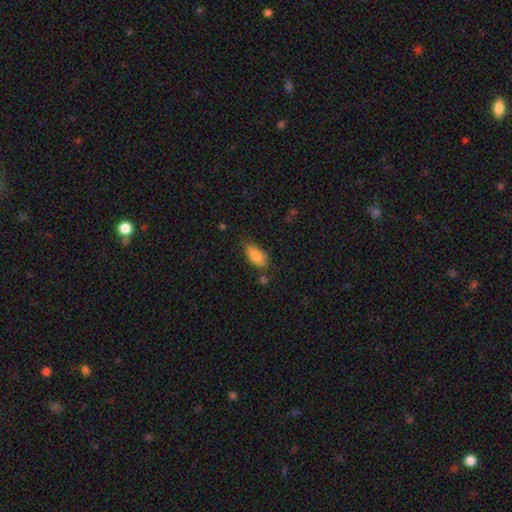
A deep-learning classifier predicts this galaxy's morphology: A smooth galaxy with no disk features (85%) that is in between round and cigar-shaped (89%). Merging: none (67%).